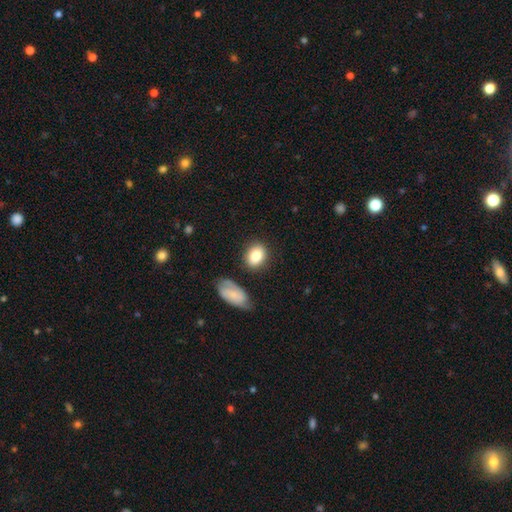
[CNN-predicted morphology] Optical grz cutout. It shows a smooth galaxy with no disk features (82%) that is in between round and cigar-shaped (62%). Merging: none (77%).